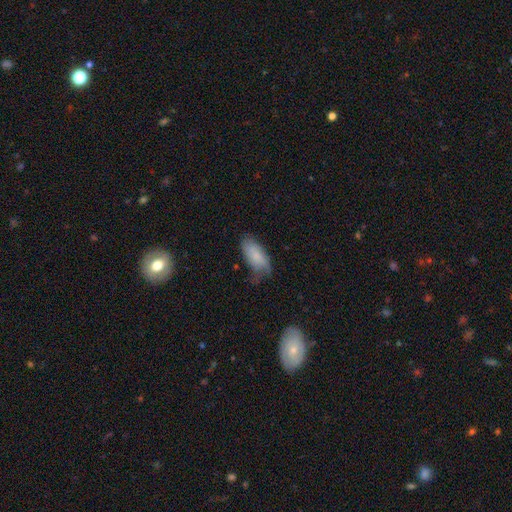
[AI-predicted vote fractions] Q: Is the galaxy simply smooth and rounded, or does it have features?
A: smooth — 77%.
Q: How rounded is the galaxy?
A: in between — 89%.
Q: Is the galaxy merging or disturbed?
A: none — 44%.